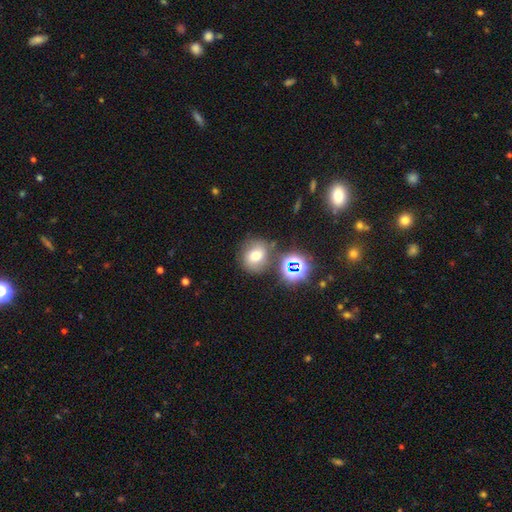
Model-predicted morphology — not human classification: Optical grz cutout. It shows a smooth galaxy with no disk features (62%) that is round (73%). Merging: none (68%).